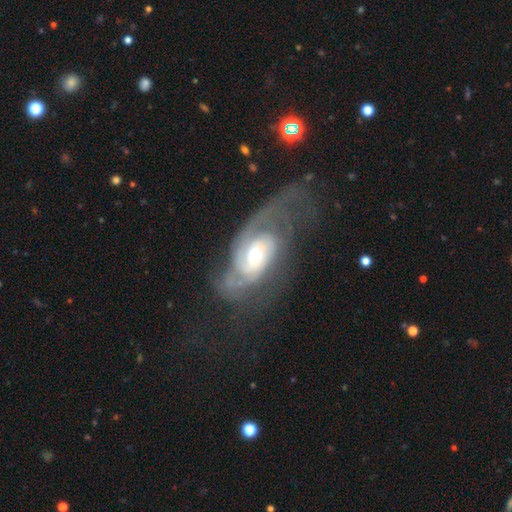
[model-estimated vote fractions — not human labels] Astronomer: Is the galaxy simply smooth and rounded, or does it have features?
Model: featured or disk — 84%.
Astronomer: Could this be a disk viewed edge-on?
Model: no — 95%.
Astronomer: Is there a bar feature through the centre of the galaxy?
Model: no — 66%.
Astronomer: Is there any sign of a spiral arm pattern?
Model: yes — 92%.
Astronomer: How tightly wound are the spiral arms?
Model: tight — 44% (runner-up: medium, 36%).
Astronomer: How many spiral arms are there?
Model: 2 — 43% (runner-up: can't tell, 23%).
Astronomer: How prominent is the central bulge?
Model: moderate — 64%.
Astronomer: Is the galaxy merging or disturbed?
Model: major disturbance — 41% (runner-up: none, 36%).